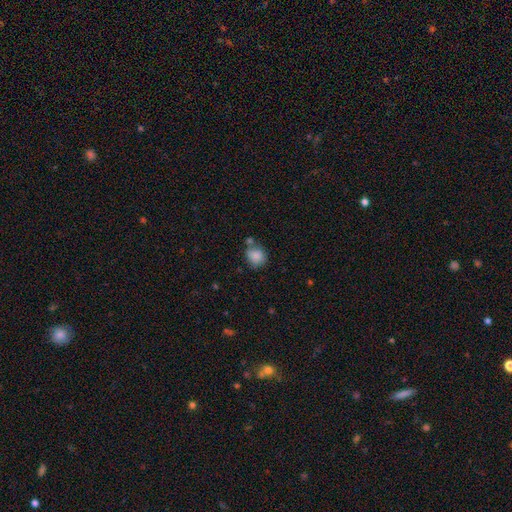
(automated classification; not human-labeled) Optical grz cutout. It shows a smooth galaxy with no disk features (84%) that is round (66%). Merging: none (55%).